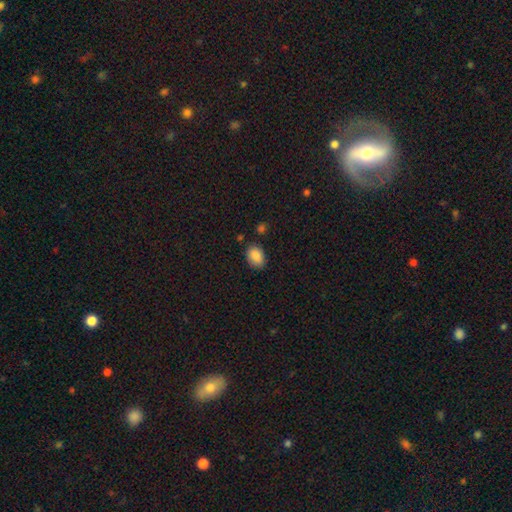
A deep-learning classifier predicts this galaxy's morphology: A smooth galaxy with no disk features (88%) that is in between round and cigar-shaped (81%). Merging: none (79%).